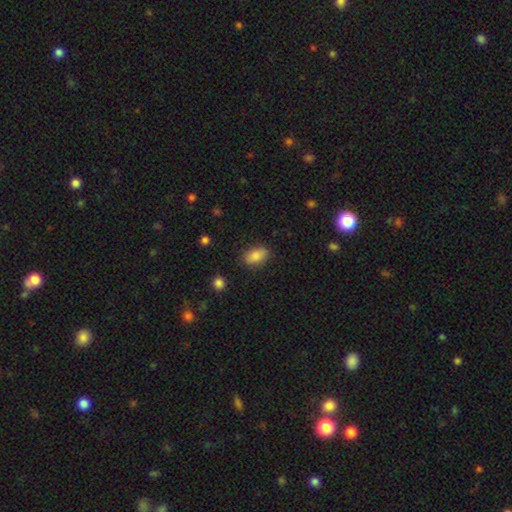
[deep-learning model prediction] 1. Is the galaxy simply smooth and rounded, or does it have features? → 84% smooth, 8% star or artifact, 8% featured or disk.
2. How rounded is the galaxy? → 89% in between, 8% round, 3% cigar-shaped.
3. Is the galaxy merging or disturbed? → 82% none, 13% minor disturbance, 3% major disturbance, 1% merger.